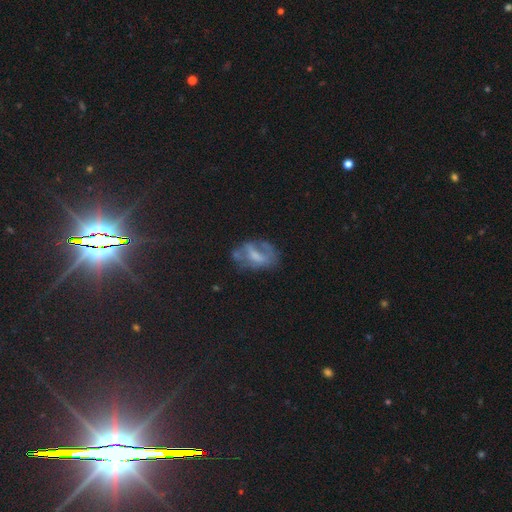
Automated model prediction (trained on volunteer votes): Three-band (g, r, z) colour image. It shows a featured or disk galaxy (54%) with no bar (43%), no spiral arms (61%) and a moderate central bulge (35%). Merging: none (45%).